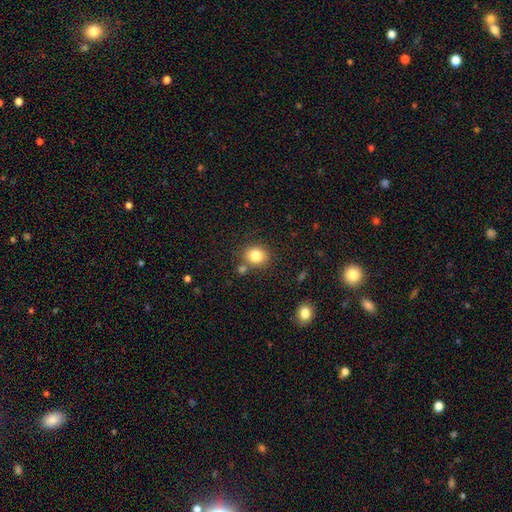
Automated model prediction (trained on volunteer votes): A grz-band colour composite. It shows a smooth galaxy with no disk features (82%) that is round (73%). Merging: none (75%).